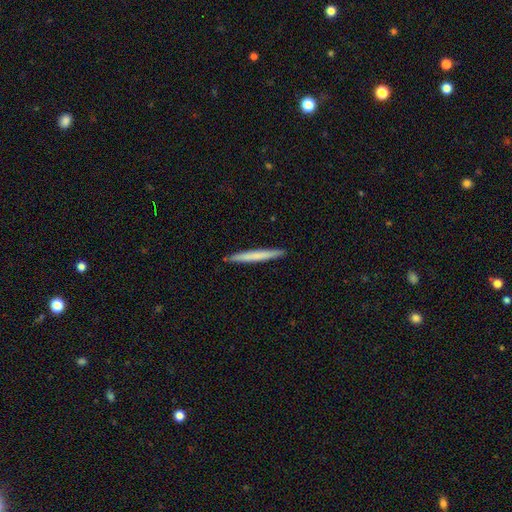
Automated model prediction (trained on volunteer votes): smooth_or_featured: smooth (p=0.65) [alt: featured or disk p=0.29]
how_rounded: cigar-shaped (p=0.97) [alt: in between p=0.02]
merging: none (p=0.92) [alt: minor disturbance p=0.06]